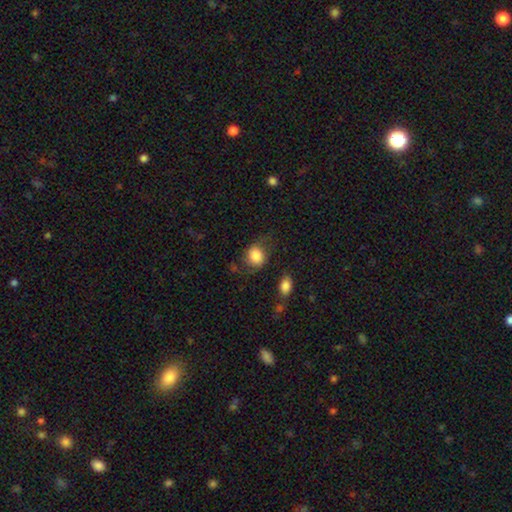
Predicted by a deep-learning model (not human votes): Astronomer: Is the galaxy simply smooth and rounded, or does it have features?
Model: smooth — 79%.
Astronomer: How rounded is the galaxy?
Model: round — 63%.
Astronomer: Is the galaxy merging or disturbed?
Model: none — 56%.